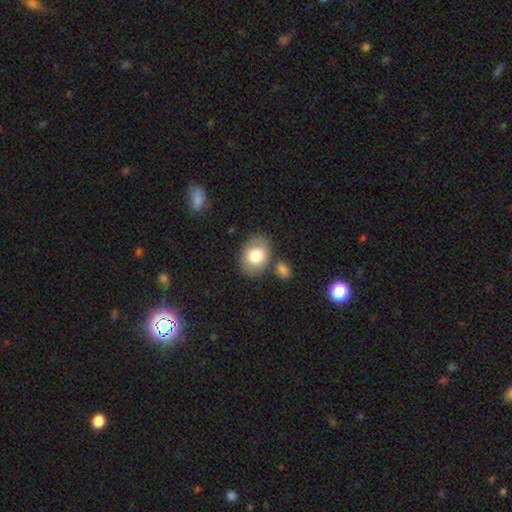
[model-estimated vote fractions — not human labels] This appears to be a smooth galaxy with no disk features (78%) that is in between round and cigar-shaped (67%). Merging: none (74%).